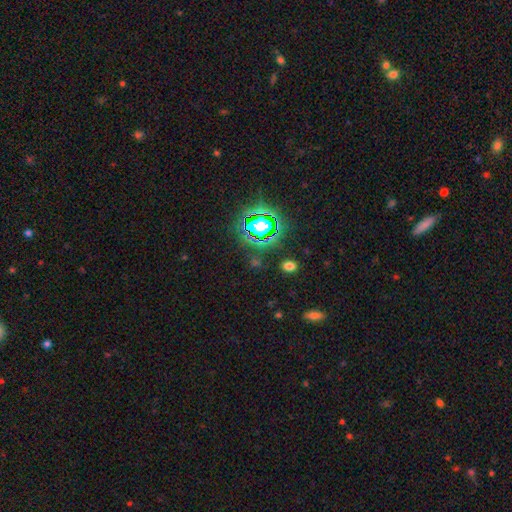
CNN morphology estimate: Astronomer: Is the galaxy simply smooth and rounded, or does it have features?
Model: star or artifact — 75%.